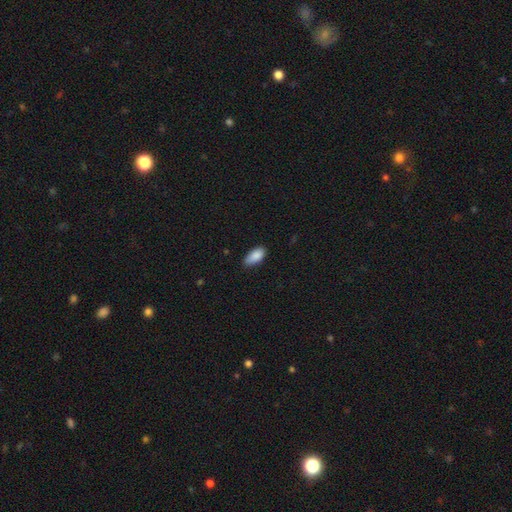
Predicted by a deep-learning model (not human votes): Overall: smooth (88%). How rounded: in between (91%). Merging: none (74%).